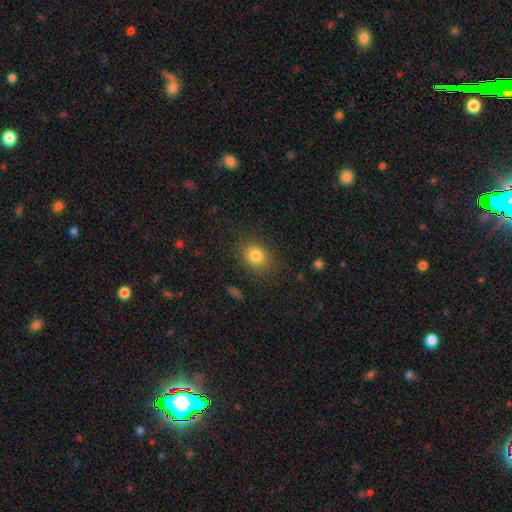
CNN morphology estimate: Q: Smooth or featured?
A: smooth (81%); runner-up: star or artifact (11%)
Q: How rounded?
A: round (50%); runner-up: in between (49%)
Q: Merging?
A: none (84%); runner-up: minor disturbance (11%)